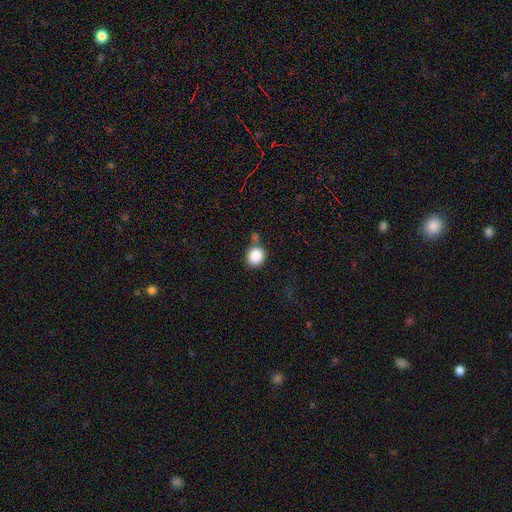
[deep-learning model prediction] Smooth or featured: smooth — 87% (star or artifact — 9%)
How rounded: round — 78% (in between — 21%)
Merging: none — 64% (minor disturbance — 16%)